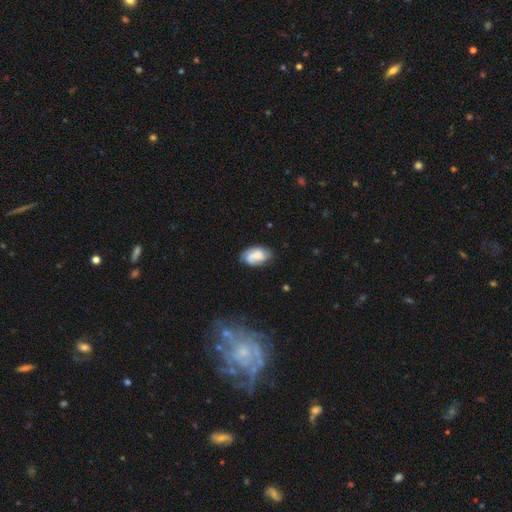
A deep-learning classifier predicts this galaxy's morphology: Overall: smooth (50%; featured or disk 41%). How rounded: in between (89%). Merging: none (67%).